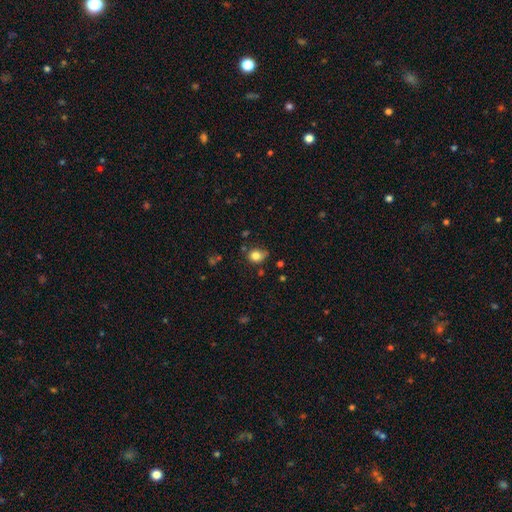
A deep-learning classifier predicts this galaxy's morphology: A smooth galaxy with no disk features (81%) that is round (66%).

Vote fractions:
- Smooth or featured? smooth: 81% / star or artifact: 11% / featured or disk: 8%
- How rounded? round: 66% / in between: 33% / cigar-shaped: 1%
- Merging? none: 63% / minor disturbance: 26% / major disturbance: 7% / merger: 4%